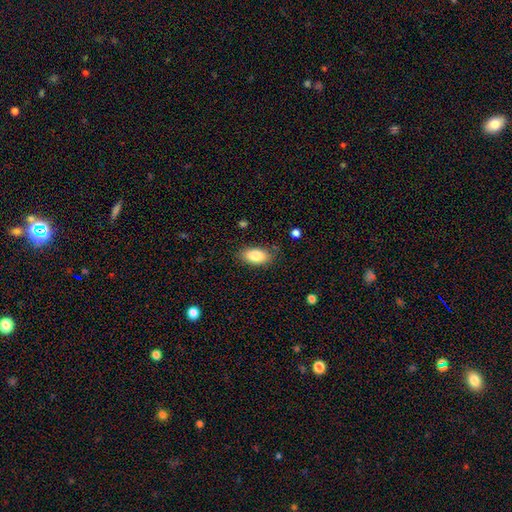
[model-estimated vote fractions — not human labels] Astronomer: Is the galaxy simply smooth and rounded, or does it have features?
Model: smooth — 84%.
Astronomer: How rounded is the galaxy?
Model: in between — 92%.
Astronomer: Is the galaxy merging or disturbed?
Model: none — 83%.